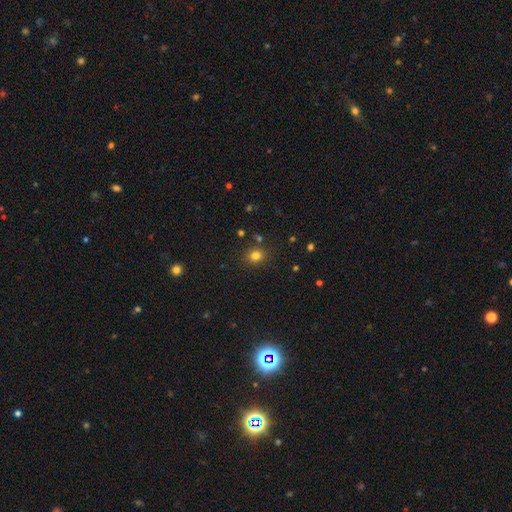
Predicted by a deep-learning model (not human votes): Smooth or featured? smooth (78%)
How rounded? round (78%)
Merging? none (84%)